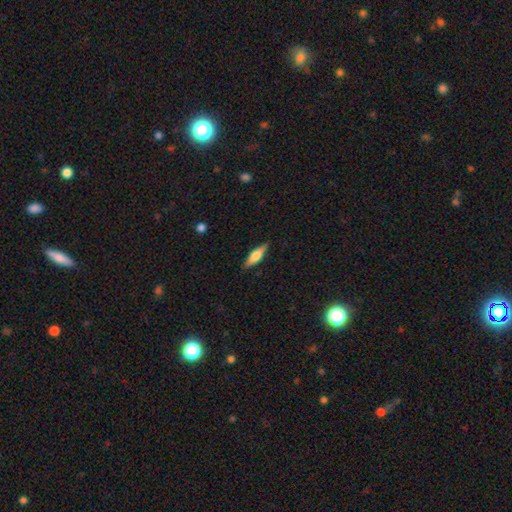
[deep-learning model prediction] smooth_or_featured: smooth (p=0.56) [alt: featured or disk p=0.38]
how_rounded: cigar-shaped (p=0.59) [alt: in between p=0.38]
merging: none (p=0.87) [alt: minor disturbance p=0.10]